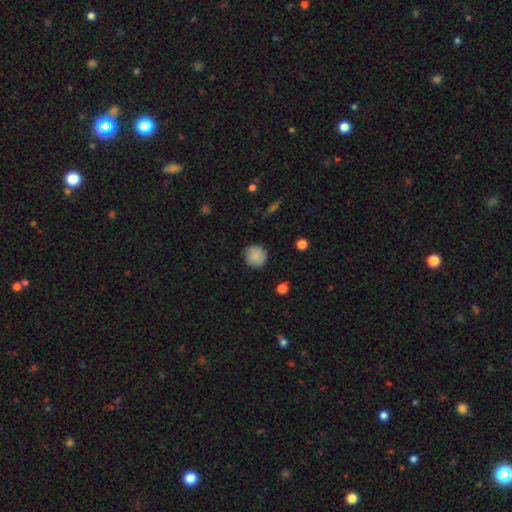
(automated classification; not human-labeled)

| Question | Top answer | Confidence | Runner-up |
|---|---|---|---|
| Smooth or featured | smooth | 86% | star or artifact (8%) |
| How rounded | round | 93% | in between (6%) |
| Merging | none | 86% | minor disturbance (10%) |